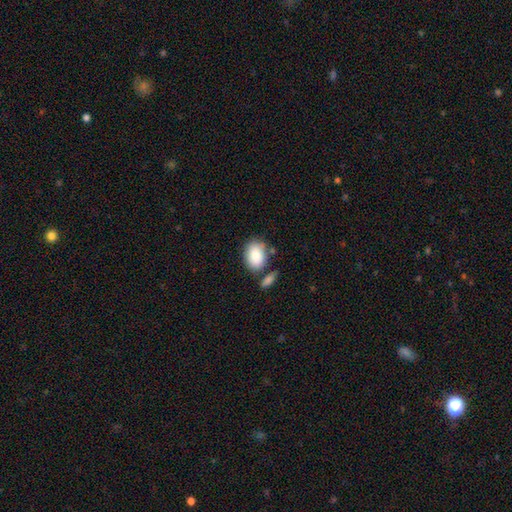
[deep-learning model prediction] smooth 86%, featured or disk 8%, star or artifact 6%. Down the decision tree: how rounded — in between (83%); merging — none (61%).